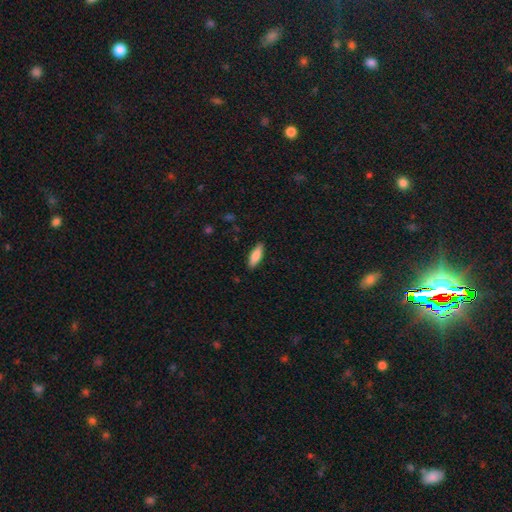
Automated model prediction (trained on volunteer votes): Overall: smooth (83%). How rounded: in between (55%; cigar-shaped 43%). Merging: none (88%).